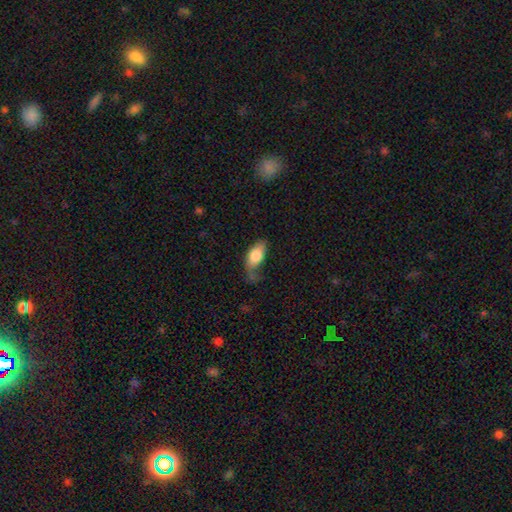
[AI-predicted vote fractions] This appears to be a smooth galaxy with no disk features (75%) that is in between round and cigar-shaped (87%). Merging: none (38%).